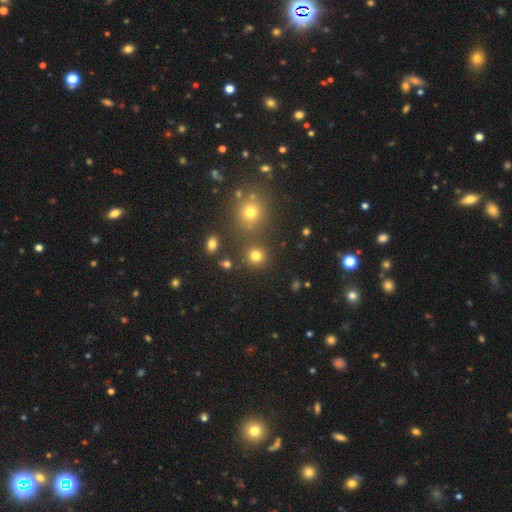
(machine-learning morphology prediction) This is likely a smooth galaxy (77%). How rounded: clearly round (90%). Merging: clearly none (81%).